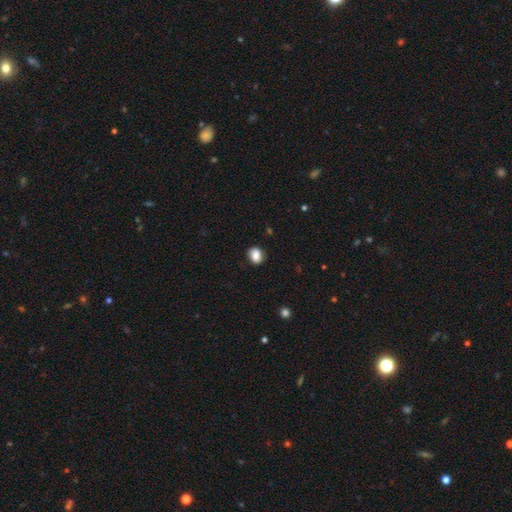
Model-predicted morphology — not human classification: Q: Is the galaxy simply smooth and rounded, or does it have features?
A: smooth — 82%.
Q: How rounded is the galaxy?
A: in between — 52%.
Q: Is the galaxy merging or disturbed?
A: none — 83%.